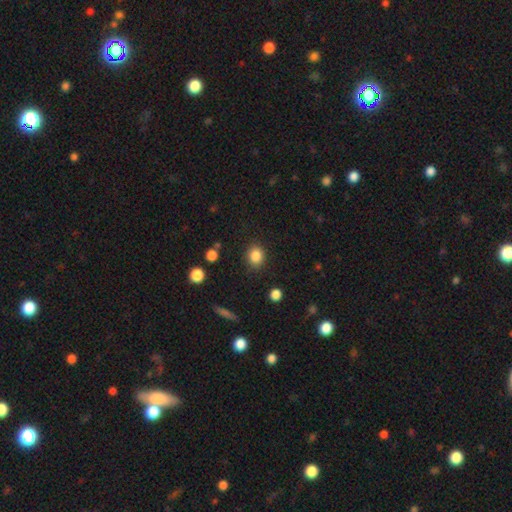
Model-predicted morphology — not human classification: type=smooth (85%); roundness=round (72%); merging=none (87%).